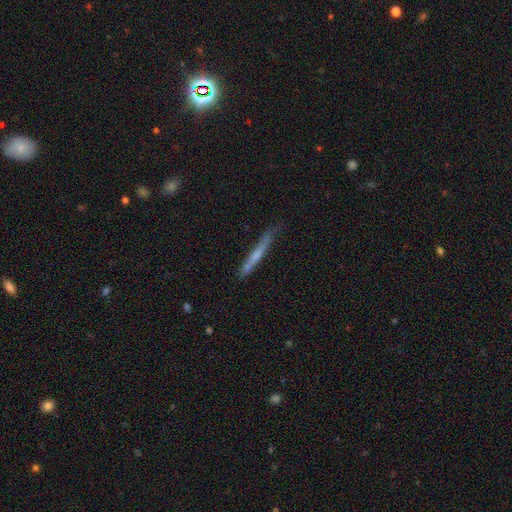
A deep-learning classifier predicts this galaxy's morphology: type=smooth (47%); merging=none (74%).